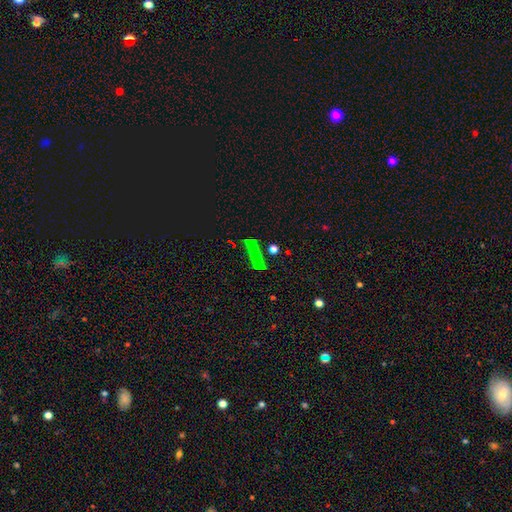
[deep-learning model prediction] Smooth or featured? Predicted: star or artifact (p=0.41).